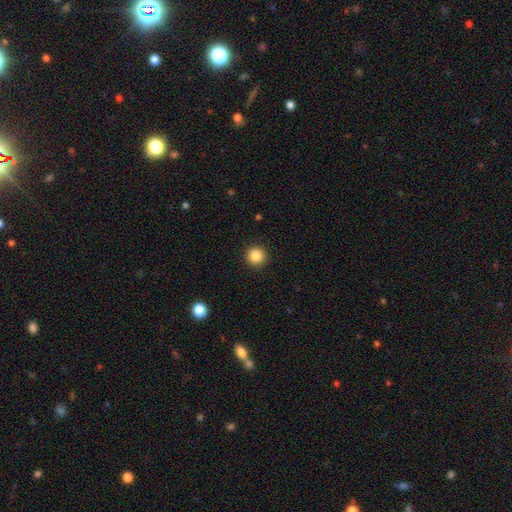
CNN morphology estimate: Smooth or featured? Predicted: smooth (p=0.85). How rounded? Predicted: round (p=0.96). Merging? Predicted: none (p=0.93).